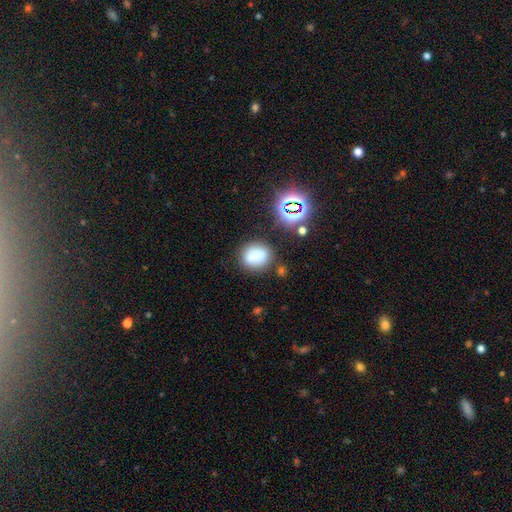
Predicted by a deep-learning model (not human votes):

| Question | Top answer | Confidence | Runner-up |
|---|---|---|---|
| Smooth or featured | smooth | 74% | star or artifact (16%) |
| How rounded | round | 61% | in between (38%) |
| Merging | none | 70% | minor disturbance (17%) |